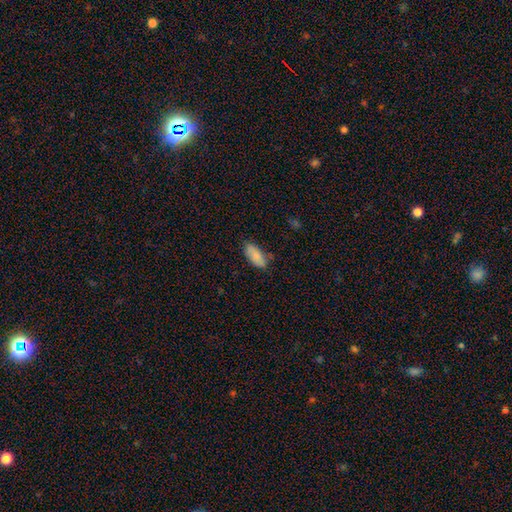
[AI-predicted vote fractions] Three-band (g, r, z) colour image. It shows a smooth galaxy with no disk features (84%) that is in between round and cigar-shaped (86%). Merging: none (74%).